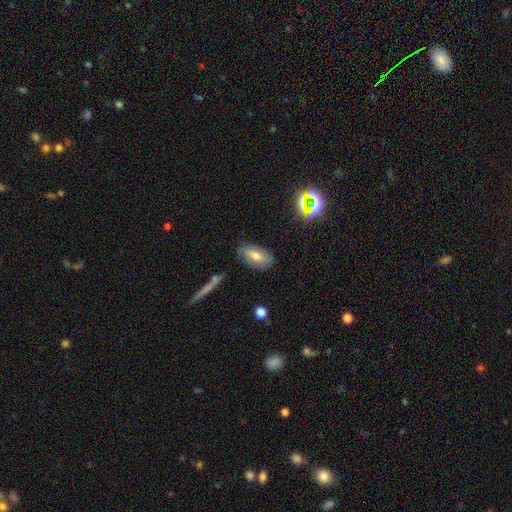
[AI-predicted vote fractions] Smooth or featured? Predicted: smooth (p=0.67). How rounded? Predicted: in between (p=0.87). Merging? Predicted: none (p=0.75).